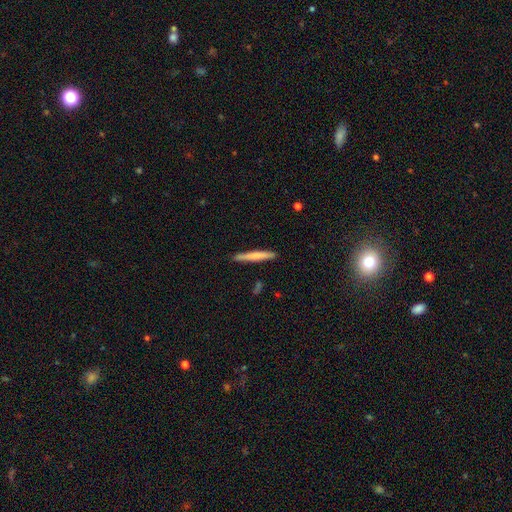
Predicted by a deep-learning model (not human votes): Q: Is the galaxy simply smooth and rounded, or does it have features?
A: smooth — 67%.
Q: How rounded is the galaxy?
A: cigar-shaped — 95%.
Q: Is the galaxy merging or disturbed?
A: none — 88%.